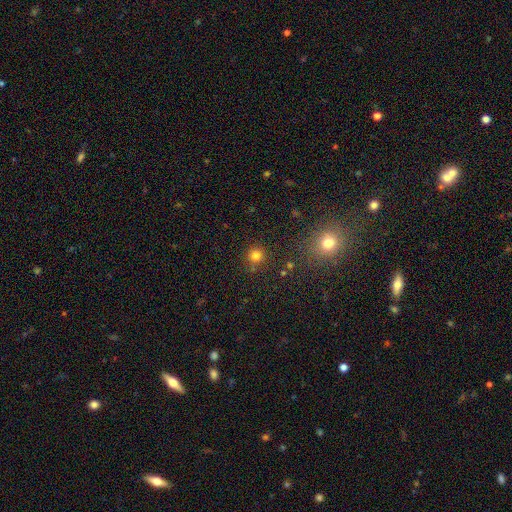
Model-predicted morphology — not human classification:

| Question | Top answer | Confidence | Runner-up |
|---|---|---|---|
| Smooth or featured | smooth | 79% | star or artifact (16%) |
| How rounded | round | 93% | in between (6%) |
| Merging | none | 84% | minor disturbance (8%) |